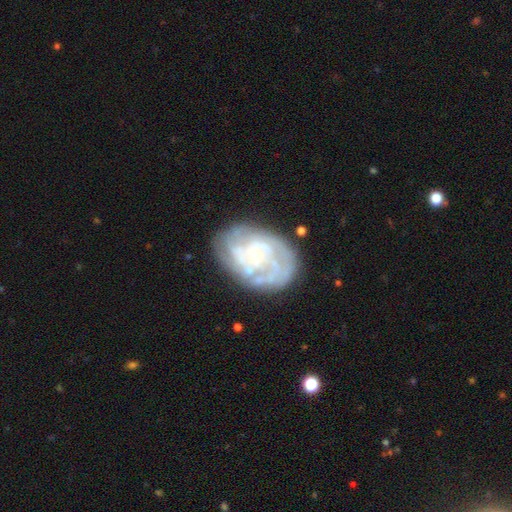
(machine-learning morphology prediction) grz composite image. It shows a featured or disk galaxy (79%) with no bar (73%), tight (64%) spiral arms (84%) and a small central bulge (77%). Merging: none (69%).